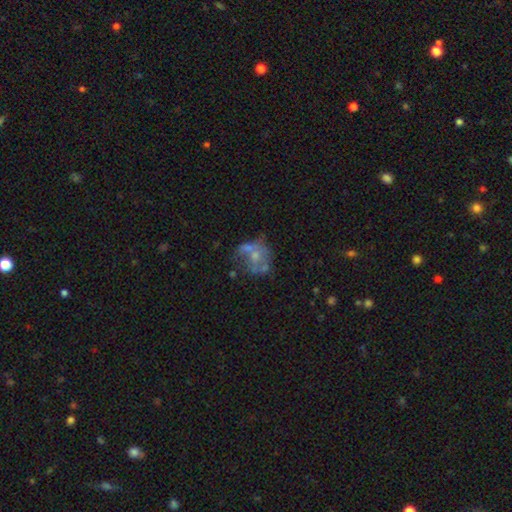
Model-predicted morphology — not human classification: This appears to be a featured or disk galaxy (53%) with no bar (85%), no spiral arms (81%) and a moderate central bulge (38%). Merging: none (33%).